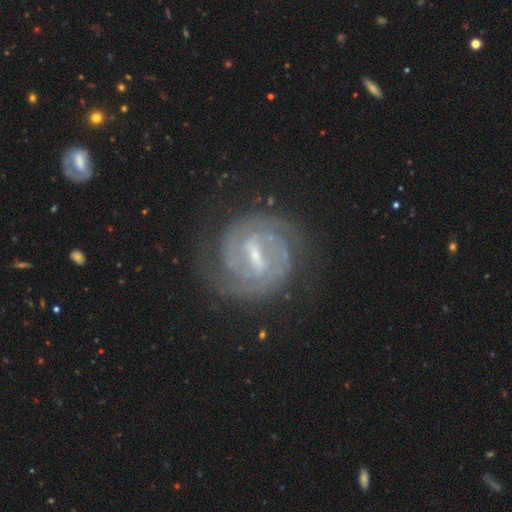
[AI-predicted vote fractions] Q: Smooth or featured?
A: featured or disk (88%); runner-up: smooth (6%)
Q: Edge-on disk?
A: no (97%); runner-up: yes (3%)
Q: Bar?
A: strong (54%); runner-up: weak (39%)
Q: Spiral arms?
A: yes (96%); runner-up: no (4%)
Q: Spiral winding?
A: tight (65%); runner-up: medium (29%)
Q: Spiral arm count?
A: 2 (64%); runner-up: can't tell (16%)
Q: Bulge size?
A: small (62%); runner-up: moderate (28%)
Q: Merging?
A: none (78%); runner-up: minor disturbance (14%)